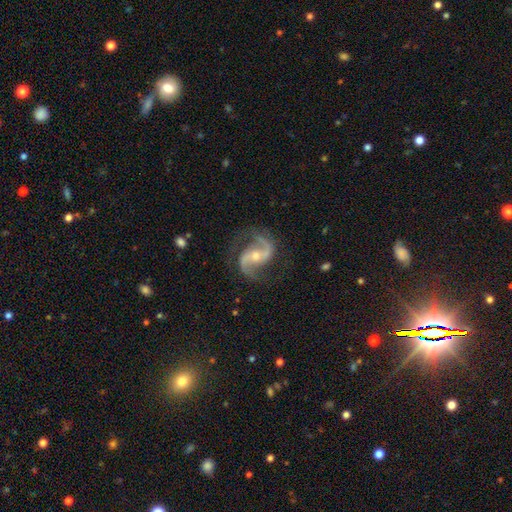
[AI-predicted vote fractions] Smooth or featured? Predicted: featured or disk (p=0.92). Edge-on disk? Predicted: no (p=0.98). Bar? Predicted: weak (p=0.39). Spiral arms? Predicted: yes (p=0.98). Spiral winding? Predicted: medium (p=0.54). Spiral arm count? Predicted: 2 (p=0.93). Bulge size? Predicted: moderate (p=0.50). Merging? Predicted: none (p=0.77).